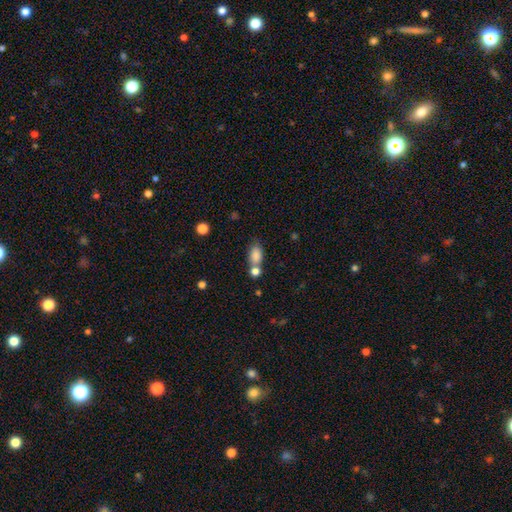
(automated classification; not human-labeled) Overall: smooth (84%). How rounded: in between (83%). Merging: none (48%; merger 35%).